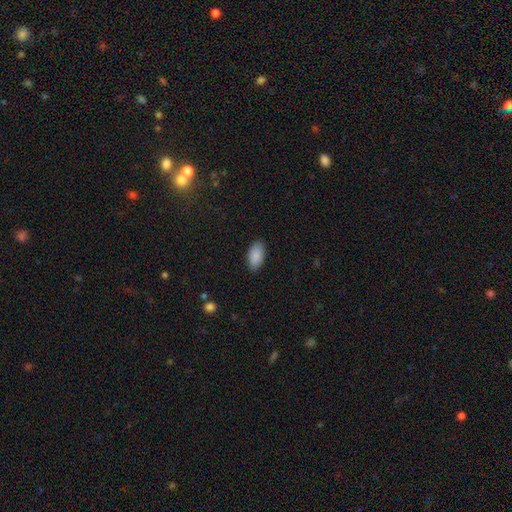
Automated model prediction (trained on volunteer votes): Morphology: type=smooth (89%); roundness=in between (94%); merging=none (87%).